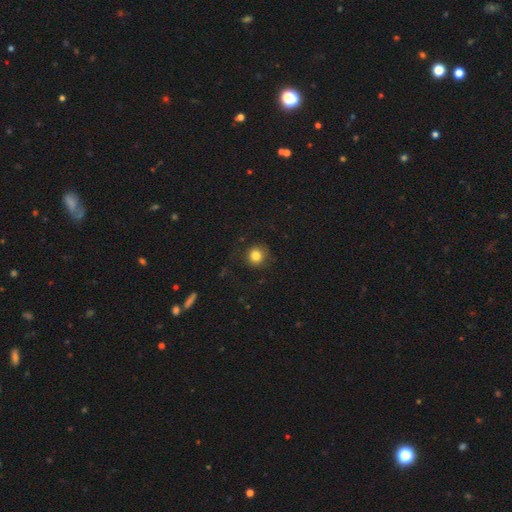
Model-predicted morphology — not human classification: Smooth or featured? Predicted: smooth (p=0.83). How rounded? Predicted: round (p=0.89). Merging? Predicted: none (p=0.82).